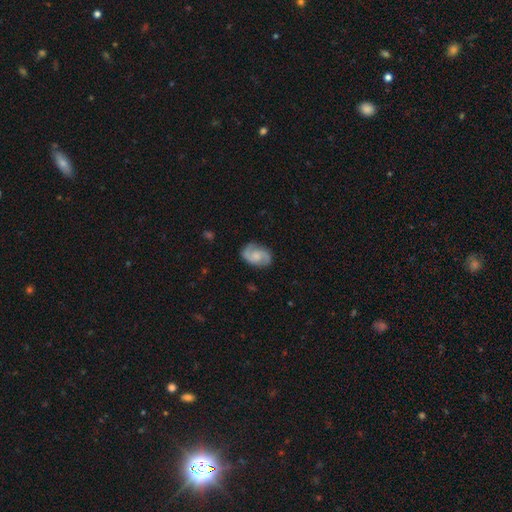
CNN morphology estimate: The model was most divided on "bulge size": small: 31%, none: 30%, moderate: 30%, large: 8%, dominant: 2%. More confident: edge-on disk — no (98%); spiral arms — yes (96%); spiral arm count — 2 (90%); merging — none (79%); smooth or featured — featured or disk (75%); bar — no (58%); spiral winding — medium (52%).